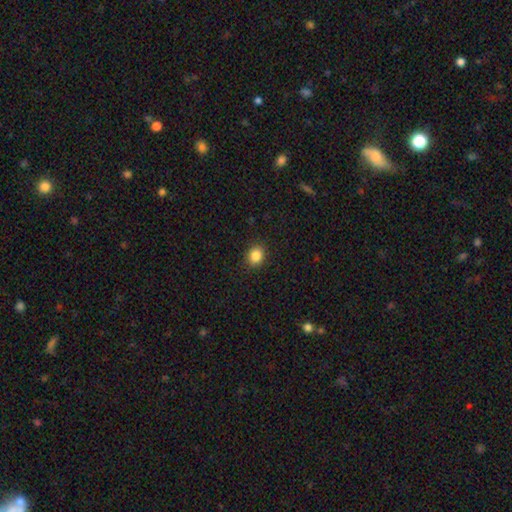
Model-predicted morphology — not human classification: A smooth galaxy with no disk features (86%) that is round (62%). Merging: none (90%).